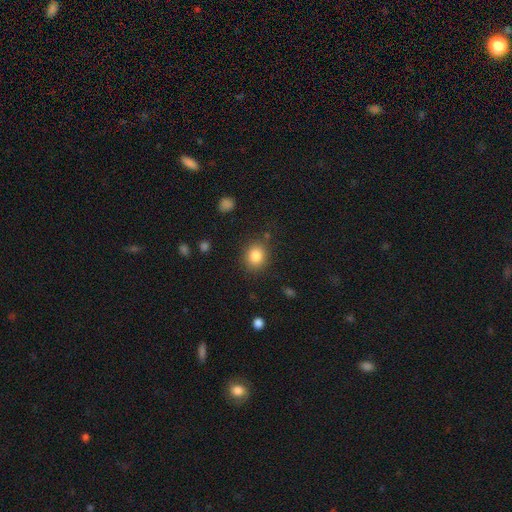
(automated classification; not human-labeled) This appears to be a smooth galaxy with no disk features (84%) that is round (72%). Merging: none (84%).